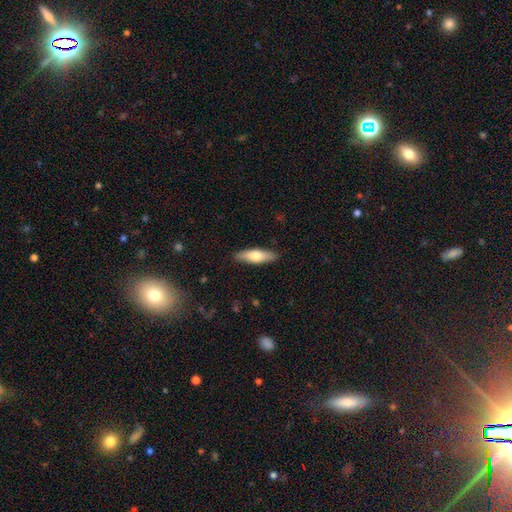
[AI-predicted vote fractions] Overall: smooth (66%; featured or disk 28%). How rounded: cigar-shaped (53%; in between 45%). Merging: none (89%).